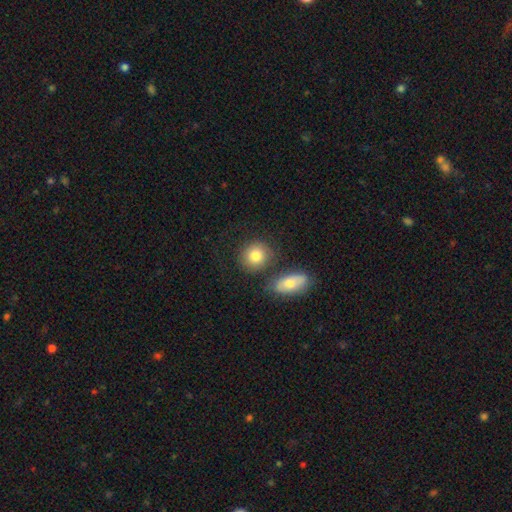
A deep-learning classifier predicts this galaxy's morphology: Q: Smooth or featured?
A: smooth (82%); runner-up: featured or disk (10%)
Q: How rounded?
A: round (78%); runner-up: in between (20%)
Q: Merging?
A: none (69%); runner-up: merger (16%)